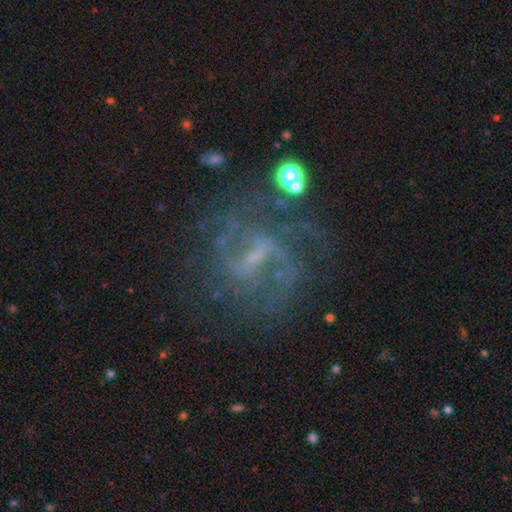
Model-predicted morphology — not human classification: The model was most divided on "spiral winding": medium: 48%, loose: 30%, tight: 22%. More confident: edge-on disk — no (97%); spiral arms — yes (91%); smooth or featured — featured or disk (79%); merging — none (66%); bulge size — small (59%); spiral arm count — 2 (56%); bar — weak (53%).